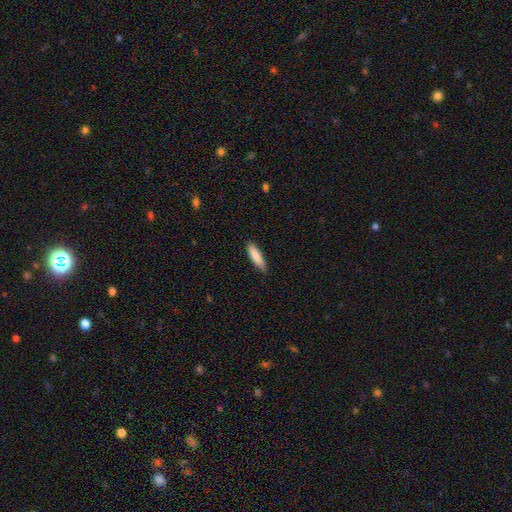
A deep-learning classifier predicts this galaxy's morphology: smooth 85%, featured or disk 9%, star or artifact 6%. Down the decision tree: how rounded — cigar-shaped (71%); merging — none (85%).